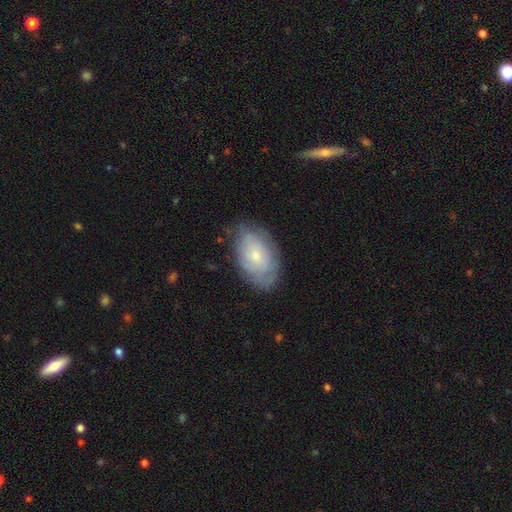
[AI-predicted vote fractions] A smooth galaxy with no disk features (50%) that is in between round and cigar-shaped (92%). Merging: none (70%).